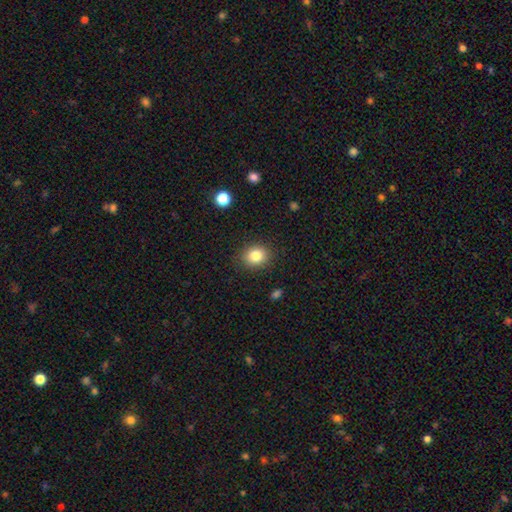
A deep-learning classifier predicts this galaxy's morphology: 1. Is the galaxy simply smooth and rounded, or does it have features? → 83% smooth, 10% star or artifact, 7% featured or disk.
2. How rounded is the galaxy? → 64% round, 35% in between, 1% cigar-shaped.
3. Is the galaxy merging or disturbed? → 87% none, 9% minor disturbance, 3% major disturbance, 1% merger.